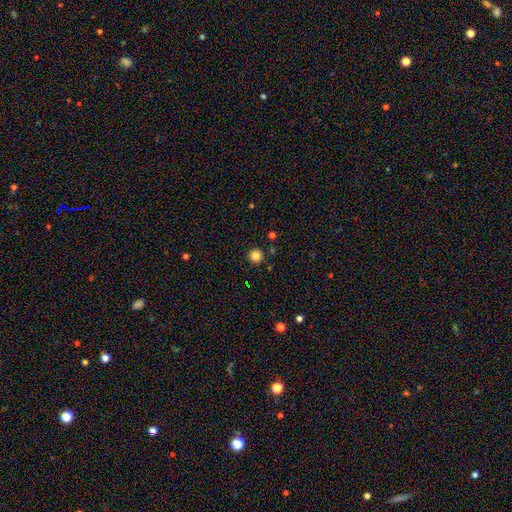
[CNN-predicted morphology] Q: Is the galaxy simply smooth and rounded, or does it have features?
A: smooth — 84%.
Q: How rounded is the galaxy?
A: round — 96%.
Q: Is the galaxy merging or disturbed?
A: none — 91%.